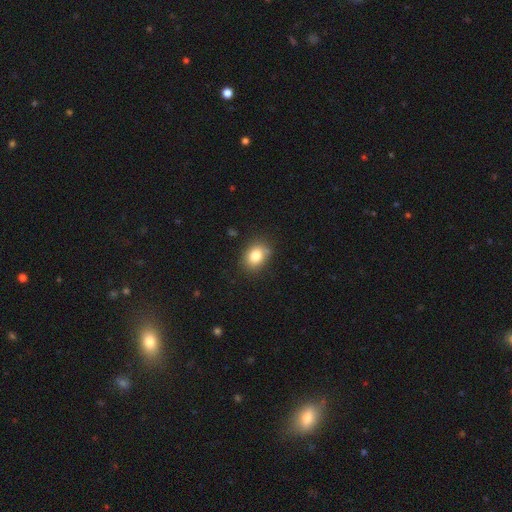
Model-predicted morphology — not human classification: The model was most divided on "how rounded": in between: 56%, round: 43%, cigar-shaped: 1%. More confident: smooth or featured — smooth (82%); merging — none (81%).